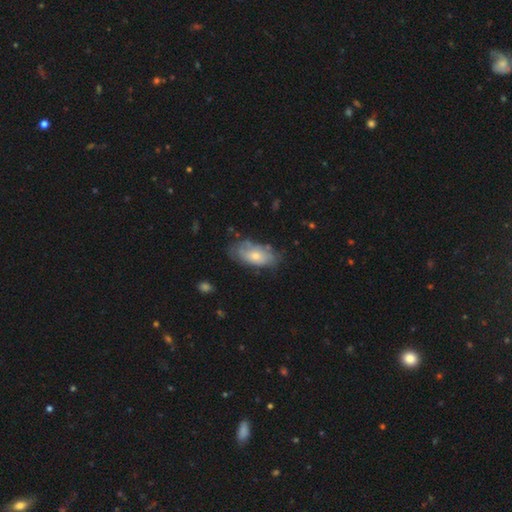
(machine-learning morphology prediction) A smooth galaxy with no disk features (57%) that is in between round and cigar-shaped (91%). Merging: none (61%).